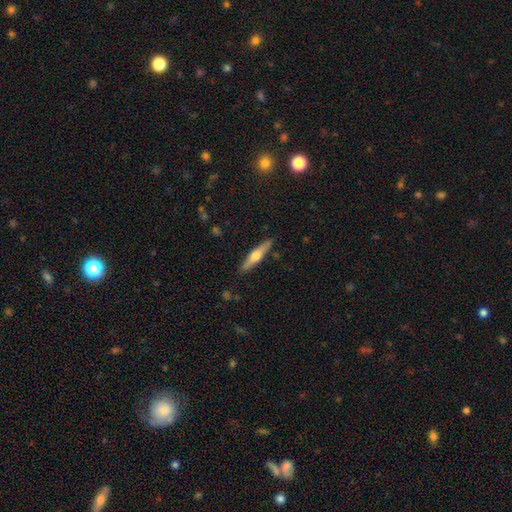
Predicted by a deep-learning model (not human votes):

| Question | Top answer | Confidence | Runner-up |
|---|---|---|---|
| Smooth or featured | featured or disk | 54% | smooth (40%) |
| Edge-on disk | yes | 95% | no (5%) |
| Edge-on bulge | rounded | 93% | none (4%) |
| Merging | none | 89% | minor disturbance (8%) |